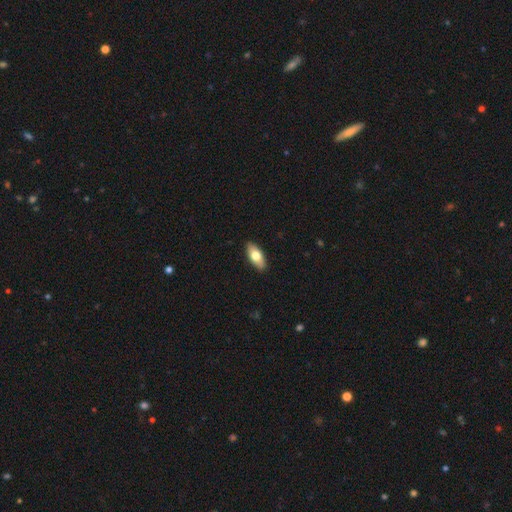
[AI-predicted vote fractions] Smooth or featured: smooth — 70% (featured or disk — 25%)
How rounded: in between — 84% (cigar-shaped — 13%)
Merging: none — 90% (minor disturbance — 8%)